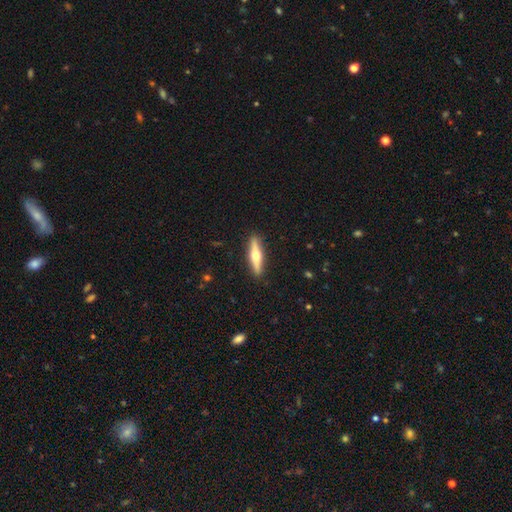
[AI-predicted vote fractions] This is possibly a featured or disk galaxy (57%). It is clearly viewed edge-on (96%). Edge-on bulge: clearly rounded (93%). Merging: clearly none (91%).